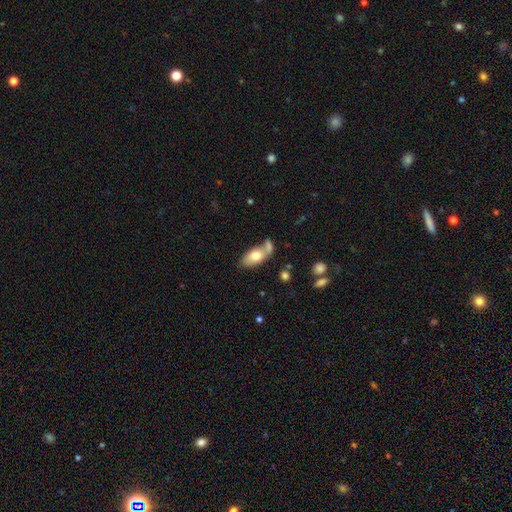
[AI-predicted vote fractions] A smooth galaxy with no disk features (71%) that is in between round and cigar-shaped (91%).

Vote fractions:
- Smooth or featured? smooth: 71% / featured or disk: 22% / star or artifact: 7%
- How rounded? in between: 91% / cigar-shaped: 5% / round: 4%
- Merging? none: 44% / merger: 32% / minor disturbance: 17% / major disturbance: 7%